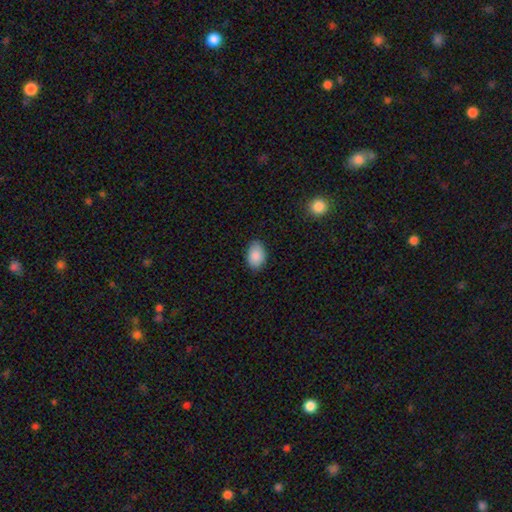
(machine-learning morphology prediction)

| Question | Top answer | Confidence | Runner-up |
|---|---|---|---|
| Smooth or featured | smooth | 88% | star or artifact (7%) |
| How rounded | in between | 86% | round (13%) |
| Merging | none | 83% | minor disturbance (13%) |